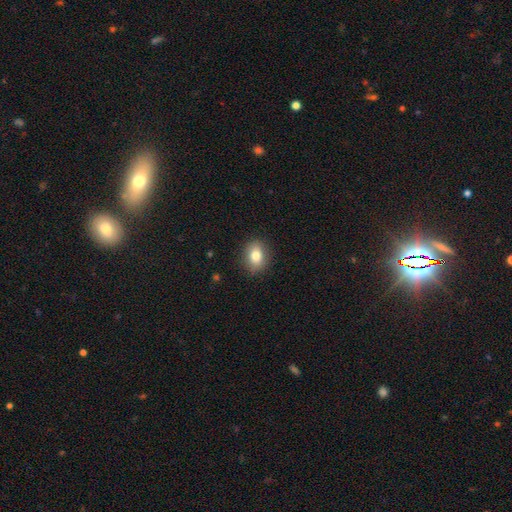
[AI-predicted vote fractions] Smooth or featured?
  - smooth: 79% *
  - featured or disk: 12%
  - star or artifact: 9%
How rounded?
  - in between: 63% *
  - round: 35%
  - cigar-shaped: 2%
Merging?
  - none: 87% *
  - minor disturbance: 9%
  - major disturbance: 2%
  - merger: 1%